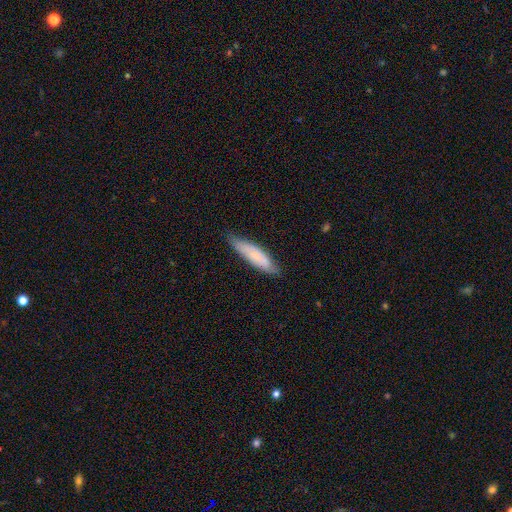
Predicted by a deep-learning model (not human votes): smooth-or-featured: smooth: 68% | featured or disk: 26% | star or artifact: 6%
  how-rounded: cigar-shaped: 69% | in between: 30% | round: 1%
  merging: none: 73% | minor disturbance: 22% | major disturbance: 3% | merger: 1%